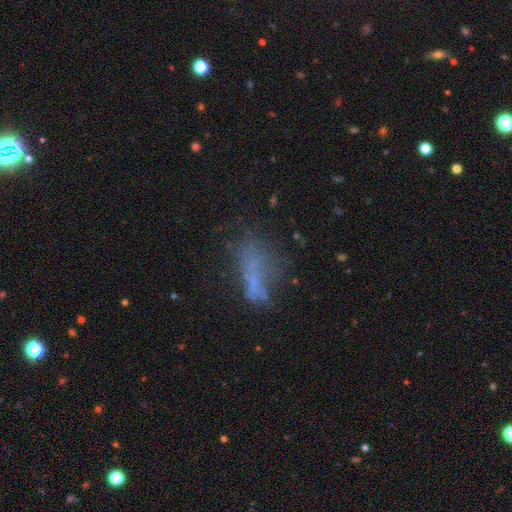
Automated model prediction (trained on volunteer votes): Overall: smooth (48%; featured or disk 31%). Merging: none (43%; major disturbance 25%).